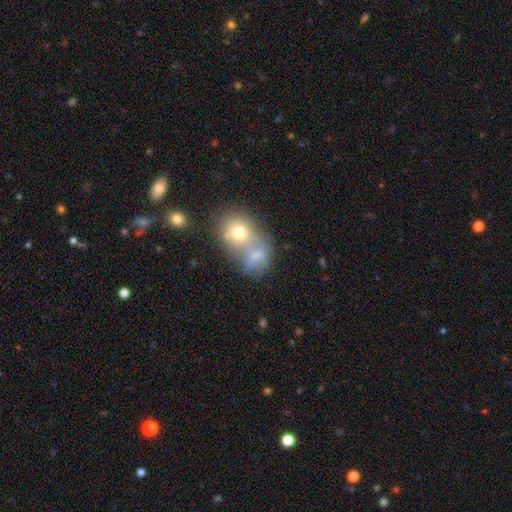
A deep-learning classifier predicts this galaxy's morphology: This is likely a smooth galaxy (63%). How rounded: possibly round (52%). Merging: likely merger (65%).